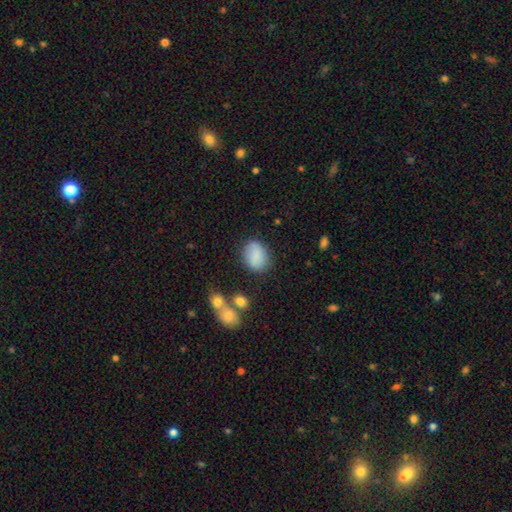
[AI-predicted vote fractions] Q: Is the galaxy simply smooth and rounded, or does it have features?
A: smooth — 84%.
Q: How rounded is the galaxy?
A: in between — 67%.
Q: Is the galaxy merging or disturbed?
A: none — 77%.